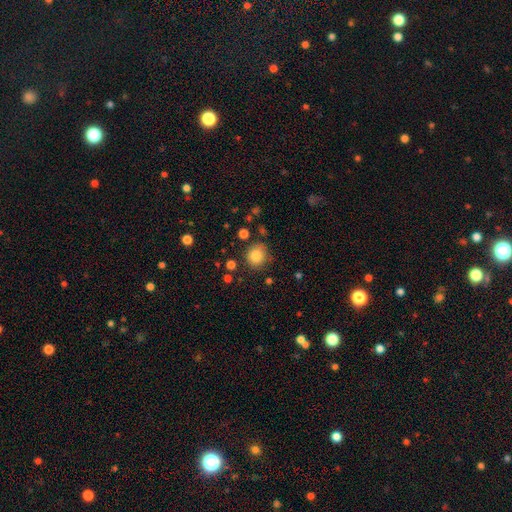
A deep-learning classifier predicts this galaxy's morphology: Smooth or featured? Predicted: smooth (p=0.84). How rounded? Predicted: round (p=0.81). Merging? Predicted: none (p=0.79).